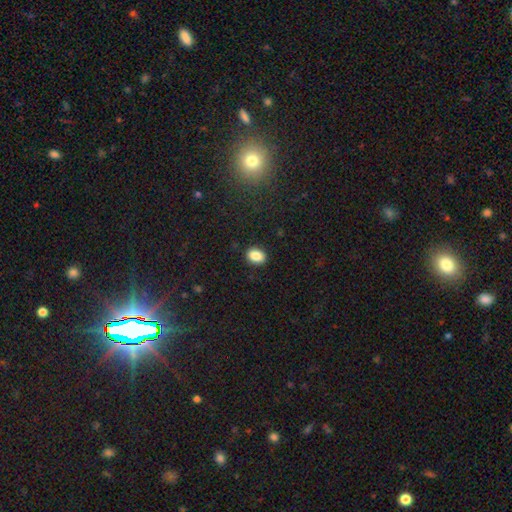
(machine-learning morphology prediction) type=smooth (87%); roundness=in between (71%); merging=none (89%).